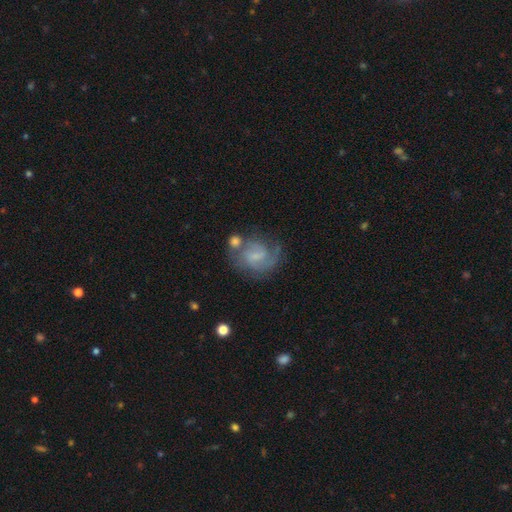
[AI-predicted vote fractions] A featured or disk galaxy (72%) with a weak bar (52%), 2 (50%) medium (45%) spiral arms (90%) and a small central bulge (55%).

Vote fractions:
- Smooth or featured? featured or disk: 72% / smooth: 20% / star or artifact: 8%
- Edge-on disk? no: 98% / yes: 2%
- Bar? weak: 52% / no: 38% / strong: 10%
- Spiral arms? yes: 90% / no: 10%
- Spiral winding? medium: 45% / tight: 35% / loose: 20%
- Spiral arm count? 2: 50% / can't tell: 20% / 1: 19% / 3: 7% / 4: 2% / more than 4: 2%
- Bulge size? small: 55% / none: 24% / moderate: 18% / large: 2% / dominant: 1%
- Merging? none: 54% / minor disturbance: 19% / major disturbance: 15% / merger: 12%